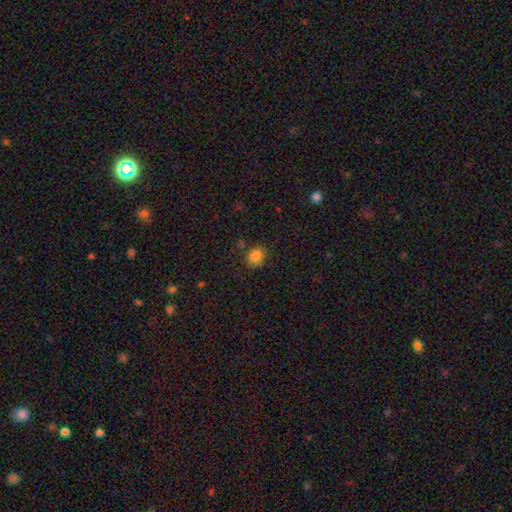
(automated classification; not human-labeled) Smooth or featured: smooth — 82% (star or artifact — 13%)
How rounded: round — 70% (in between — 29%)
Merging: none — 76% (minor disturbance — 15%)